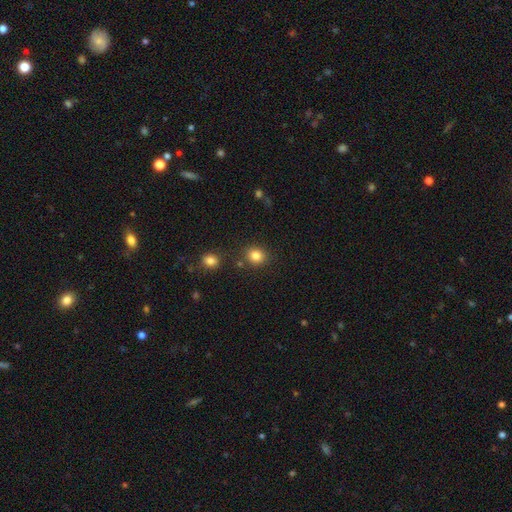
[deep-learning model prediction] Smooth or featured: smooth — 83% (star or artifact — 12%)
How rounded: round — 76% (in between — 23%)
Merging: none — 81% (minor disturbance — 10%)